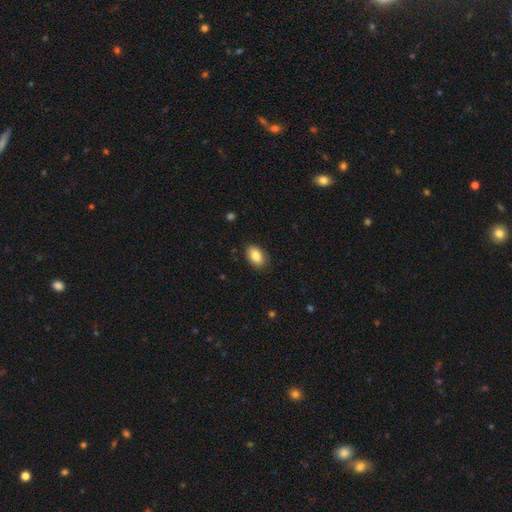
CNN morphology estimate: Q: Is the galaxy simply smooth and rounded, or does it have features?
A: smooth — 85%.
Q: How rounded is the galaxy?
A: in between — 91%.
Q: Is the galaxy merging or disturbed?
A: none — 87%.